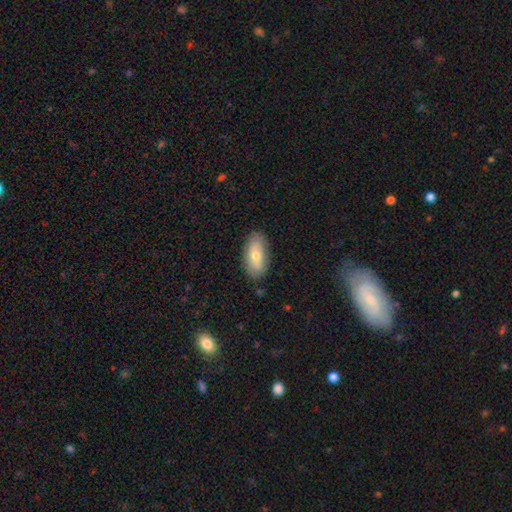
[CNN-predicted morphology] This appears to be a smooth galaxy with no disk features (70%) that is in between round and cigar-shaped (89%). Merging: none (82%).